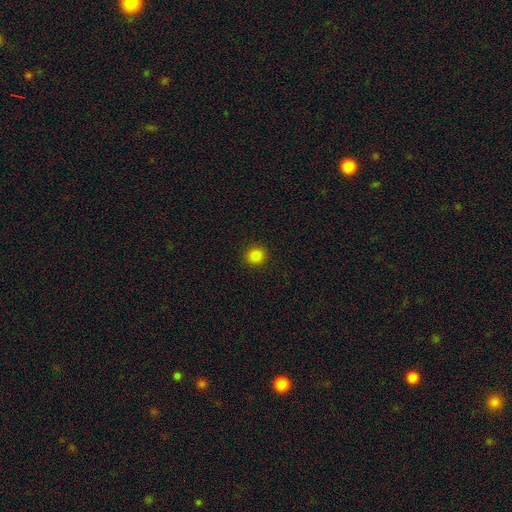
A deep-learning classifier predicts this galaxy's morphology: This appears to be a smooth galaxy with no disk features (84%) that is round (89%). Merging: none (92%).